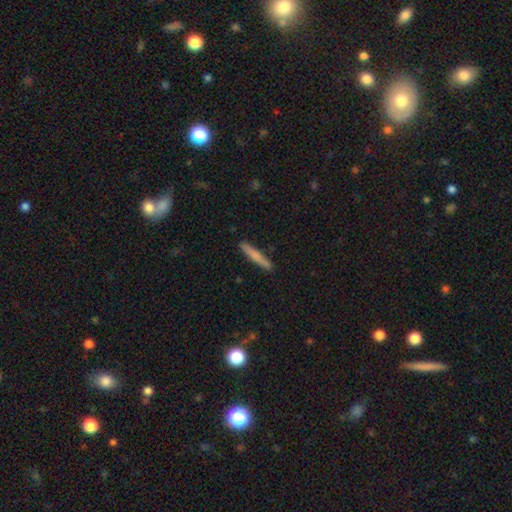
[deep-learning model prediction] This appears to be a smooth galaxy with no disk features (70%) that is cigar-shaped (95%). Merging: none (90%).